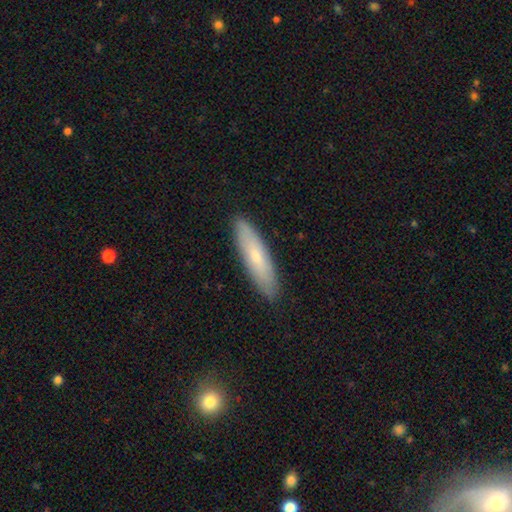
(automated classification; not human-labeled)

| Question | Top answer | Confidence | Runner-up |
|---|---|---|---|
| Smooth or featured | smooth | 64% | featured or disk (31%) |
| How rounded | cigar-shaped | 71% | in between (27%) |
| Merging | none | 89% | minor disturbance (9%) |